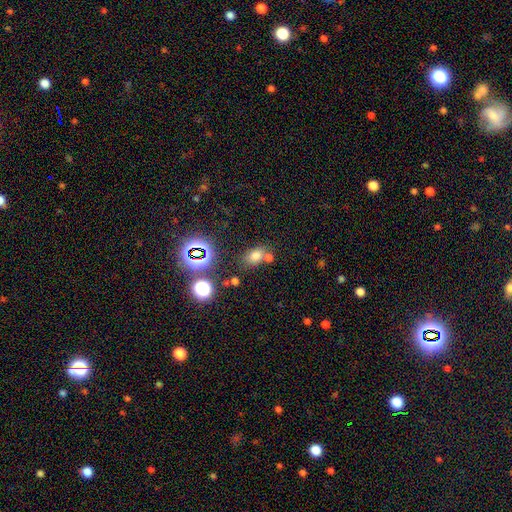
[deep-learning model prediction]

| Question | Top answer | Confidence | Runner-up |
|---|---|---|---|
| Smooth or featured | smooth | 68% | star or artifact (22%) |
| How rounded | in between | 71% | round (27%) |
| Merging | none | 59% | merger (22%) |